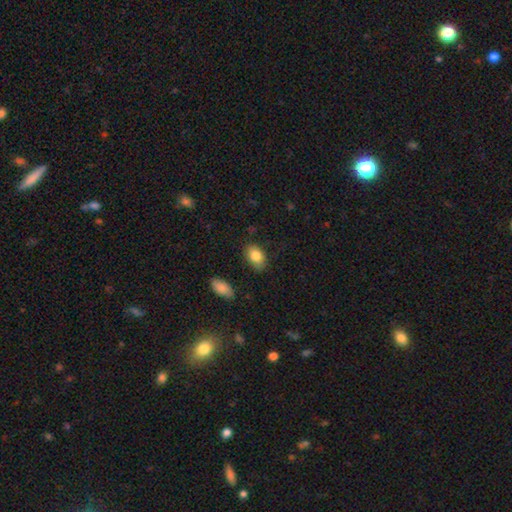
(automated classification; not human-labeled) Overall: smooth (84%). How rounded: in between (86%). Merging: none (79%).